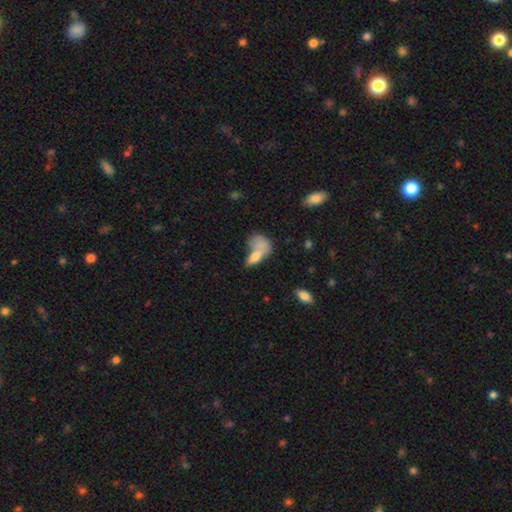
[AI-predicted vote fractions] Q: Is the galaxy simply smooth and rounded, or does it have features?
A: smooth — 74%.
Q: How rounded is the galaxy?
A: in between — 77%.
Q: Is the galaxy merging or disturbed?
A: merger — 40%.